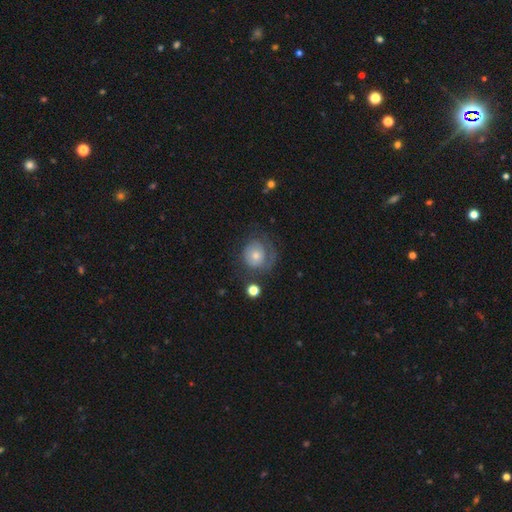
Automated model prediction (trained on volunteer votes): Smooth or featured: featured or disk — 50% (smooth — 40%)
Merging: none — 59% (minor disturbance — 20%)